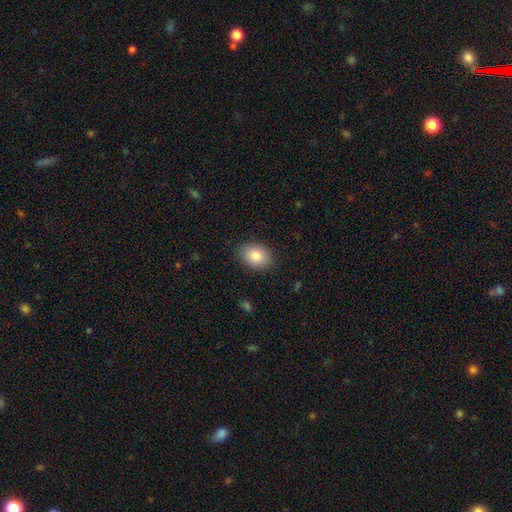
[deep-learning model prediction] Smooth or featured: smooth — 83% (featured or disk — 9%)
How rounded: in between — 69% (round — 30%)
Merging: none — 86% (minor disturbance — 10%)